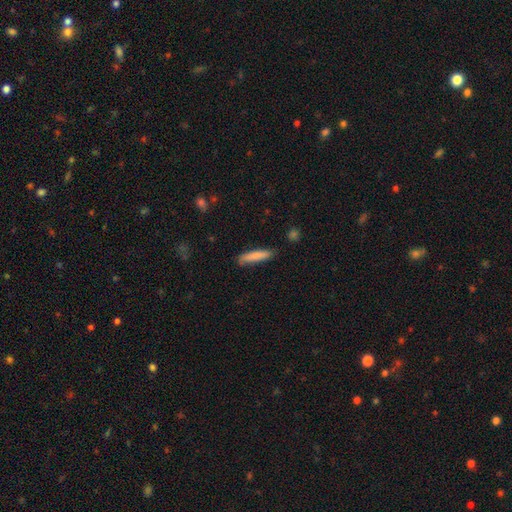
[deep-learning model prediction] Overall: smooth (83%). How rounded: cigar-shaped (84%). Merging: none (81%).